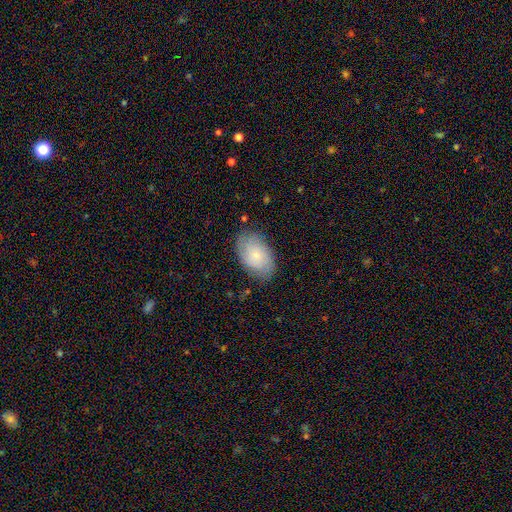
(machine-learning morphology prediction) This appears to be a smooth galaxy with no disk features (56%) that is in between round and cigar-shaped (91%). Merging: none (76%).